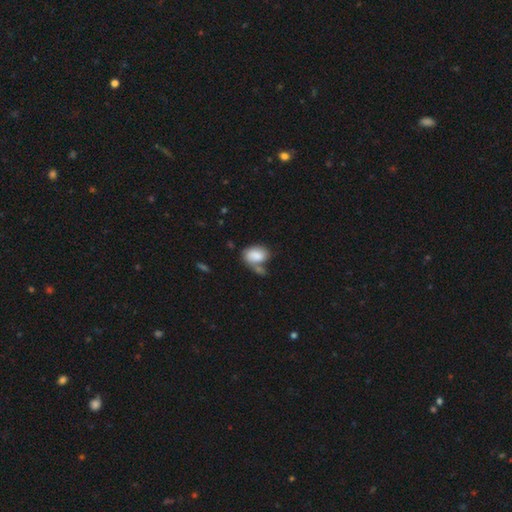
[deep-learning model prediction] A smooth galaxy with no disk features (82%) that is in between round and cigar-shaped (82%).

Vote fractions:
- Smooth or featured? smooth: 82% / featured or disk: 11% / star or artifact: 7%
- How rounded? in between: 82% / round: 17% / cigar-shaped: 1%
- Merging? none: 38% / merger: 31% / minor disturbance: 20% / major disturbance: 11%